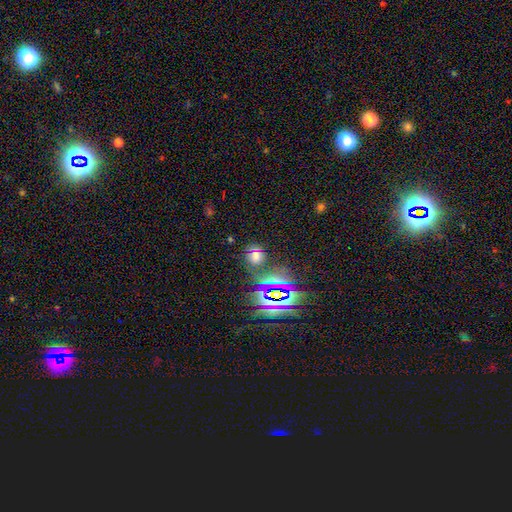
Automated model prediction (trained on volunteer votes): This is possibly a star or artifact rather than a galaxy (45%).